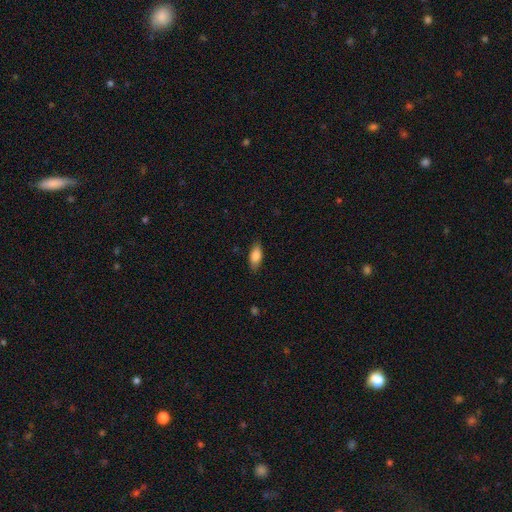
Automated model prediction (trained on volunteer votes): Morphology: type=smooth (84%); roundness=in between (84%); merging=none (84%).